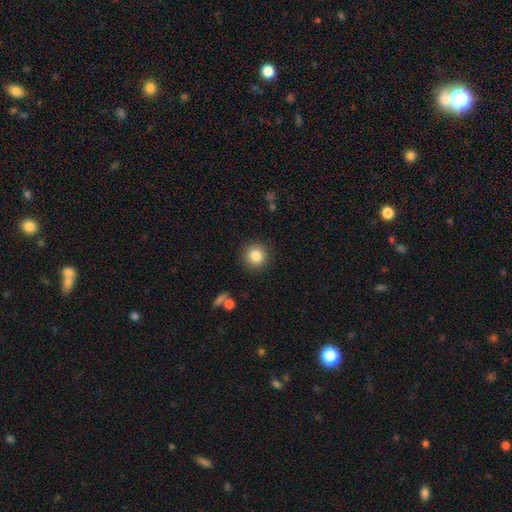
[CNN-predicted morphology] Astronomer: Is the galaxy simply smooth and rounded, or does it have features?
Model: smooth — 84%.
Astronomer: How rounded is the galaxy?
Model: round — 92%.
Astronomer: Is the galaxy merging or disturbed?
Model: none — 90%.